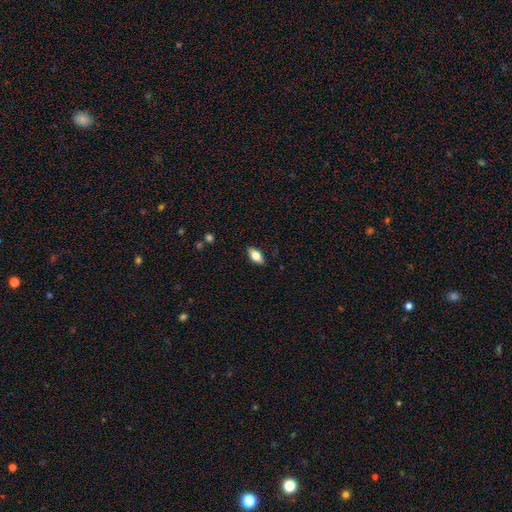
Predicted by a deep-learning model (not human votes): Overall: smooth (69%). How rounded: in between (86%). Merging: none (87%).